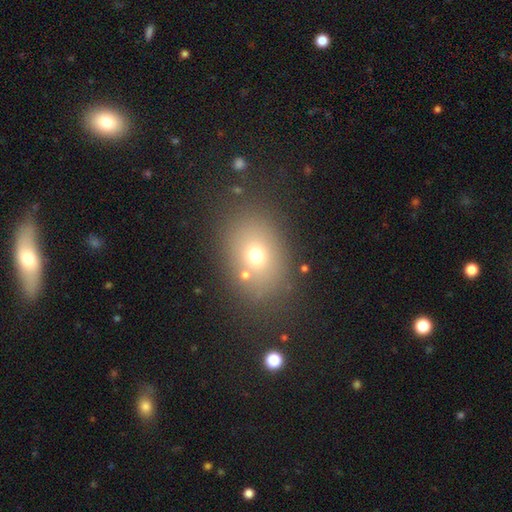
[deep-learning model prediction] Smooth or featured: smooth — 67% (star or artifact — 17%)
How rounded: in between — 64% (round — 35%)
Merging: none — 77% (minor disturbance — 11%)